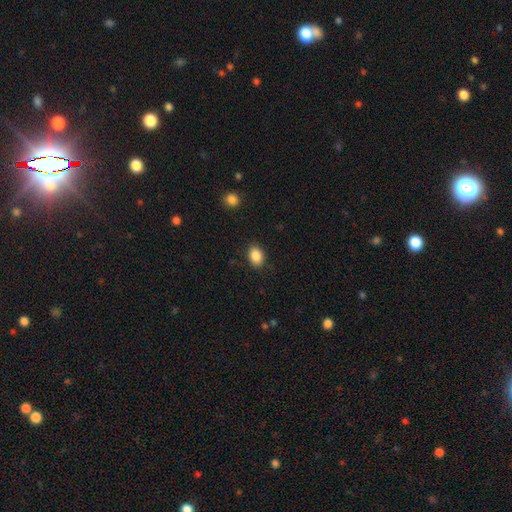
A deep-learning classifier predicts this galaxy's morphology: Smooth or featured? Predicted: smooth (p=0.88). How rounded? Predicted: in between (p=0.76). Merging? Predicted: none (p=0.87).